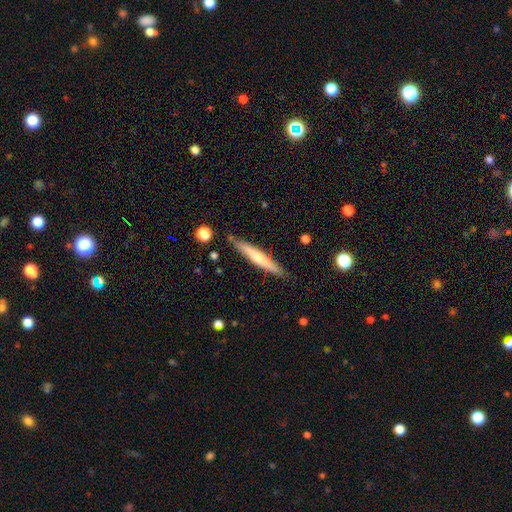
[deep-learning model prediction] Q: Smooth or featured?
A: smooth (47%); tied with: featured or disk (47%)
Q: Merging?
A: none (87%); runner-up: minor disturbance (9%)